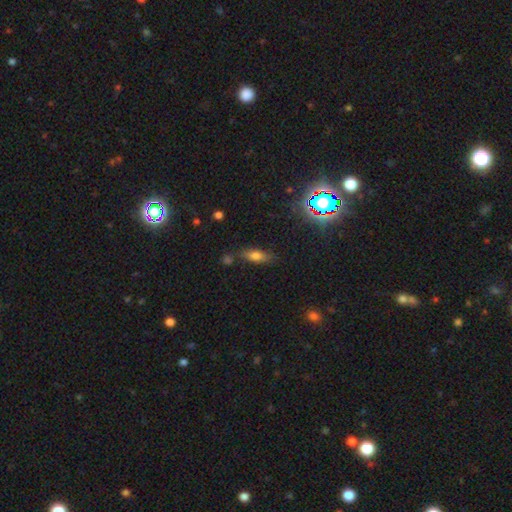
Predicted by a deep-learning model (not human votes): This is likely a smooth galaxy (63%). How rounded: likely in between (63%). Merging: likely none (74%).